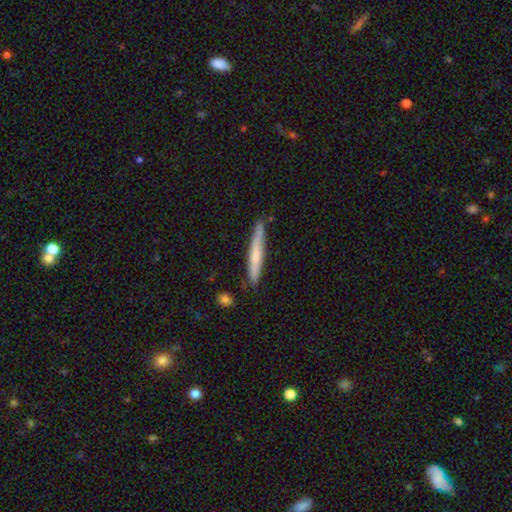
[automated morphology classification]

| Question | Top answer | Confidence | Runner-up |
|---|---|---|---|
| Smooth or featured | smooth | 63% | featured or disk (32%) |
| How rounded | cigar-shaped | 95% | in between (4%) |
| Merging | none | 81% | minor disturbance (14%) |